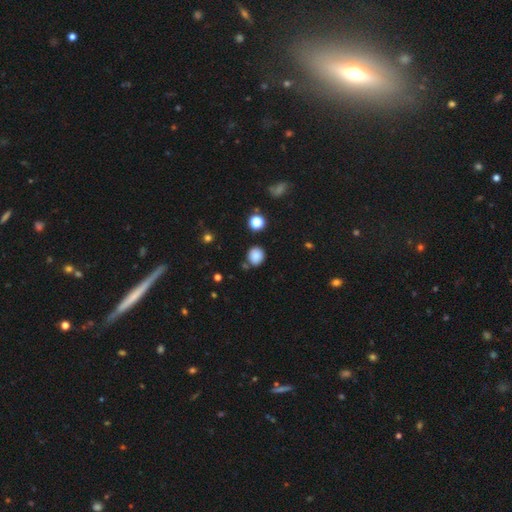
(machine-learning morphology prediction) Q: Smooth or featured?
A: smooth (84%); runner-up: star or artifact (11%)
Q: How rounded?
A: round (76%); runner-up: in between (23%)
Q: Merging?
A: none (77%); runner-up: minor disturbance (14%)